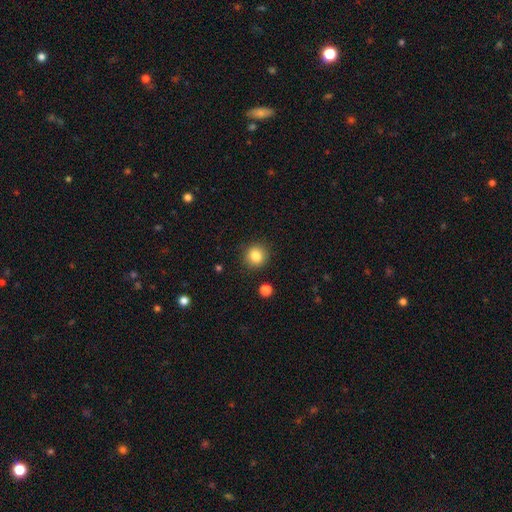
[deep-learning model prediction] smooth_or_featured: smooth (p=0.84) [alt: star or artifact p=0.10]
how_rounded: round (p=0.89) [alt: in between p=0.10]
merging: none (p=0.89) [alt: minor disturbance p=0.07]